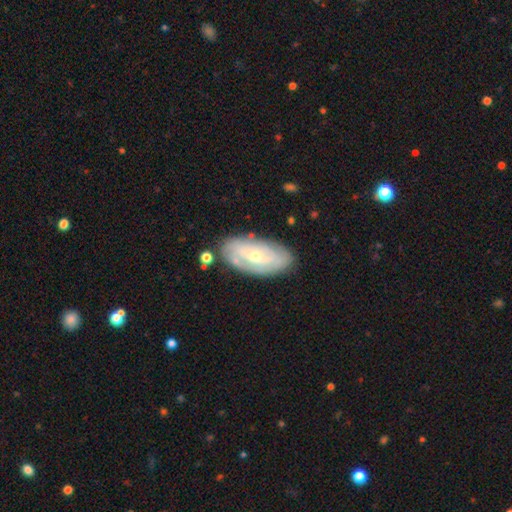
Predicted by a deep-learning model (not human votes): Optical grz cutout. It shows a featured or disk galaxy (70%) with no bar (68%), spiral arms (70%) and a small central bulge (57%). Merging: none (78%).